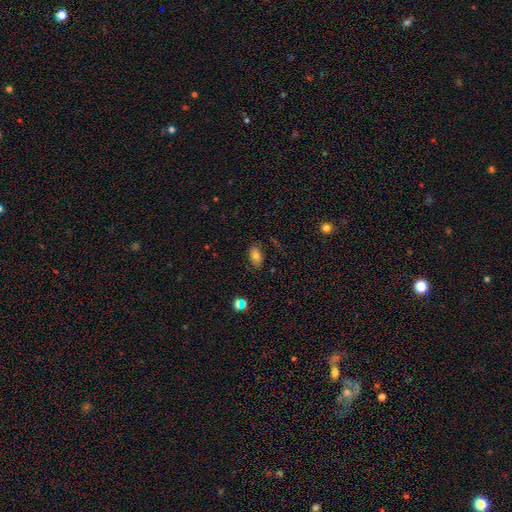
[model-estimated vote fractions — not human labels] A smooth galaxy with no disk features (74%) that is in between round and cigar-shaped (88%).

Vote fractions:
- Smooth or featured? smooth: 74% / star or artifact: 14% / featured or disk: 11%
- How rounded? in between: 88% / round: 10% / cigar-shaped: 2%
- Merging? none: 79% / minor disturbance: 14% / major disturbance: 4% / merger: 2%